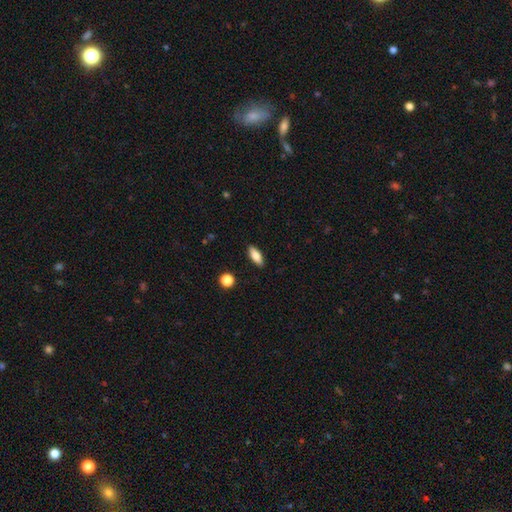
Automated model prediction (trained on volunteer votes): Overall: smooth (79%). How rounded: in between (72%). Merging: none (89%).